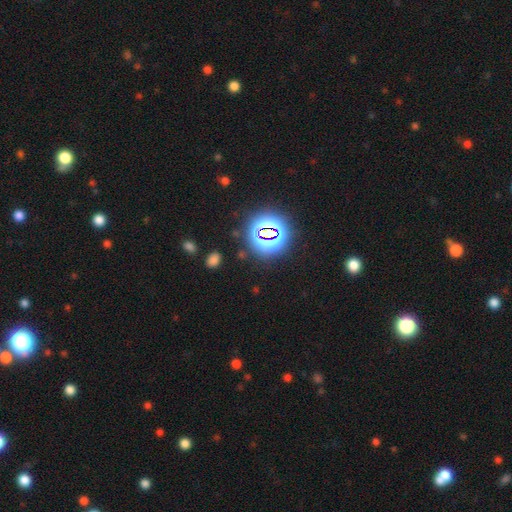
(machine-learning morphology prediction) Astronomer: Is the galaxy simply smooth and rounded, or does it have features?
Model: star or artifact — 76%.